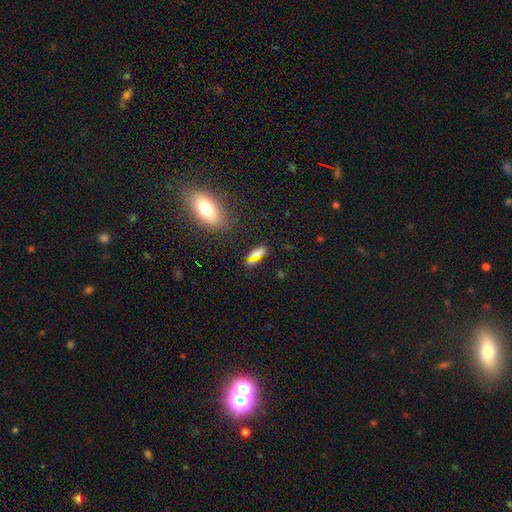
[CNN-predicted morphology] smooth 68%, star or artifact 20%, featured or disk 12%. Down the decision tree: how rounded — in between (67%); merging — none (75%).